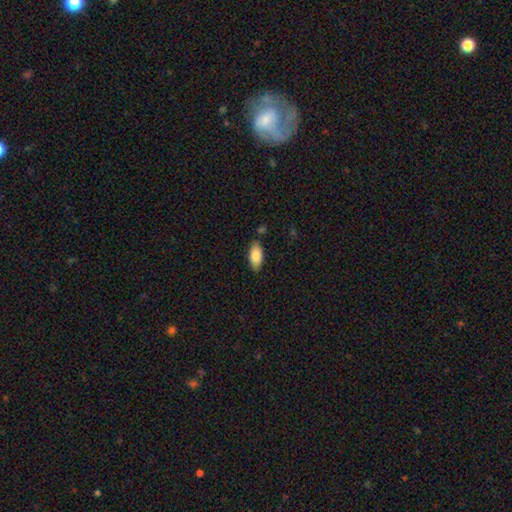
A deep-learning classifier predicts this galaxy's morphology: Q: Smooth or featured?
A: smooth (83%); runner-up: featured or disk (11%)
Q: How rounded?
A: in between (91%); runner-up: cigar-shaped (7%)
Q: Merging?
A: none (82%); runner-up: minor disturbance (13%)